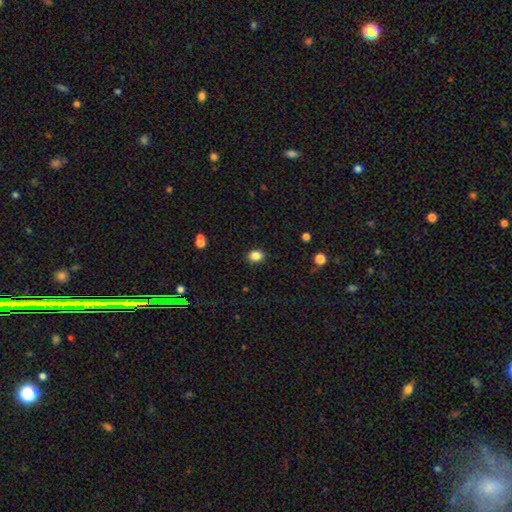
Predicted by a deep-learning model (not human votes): A smooth galaxy with no disk features (86%) that is in between round and cigar-shaped (61%). Merging: none (89%).